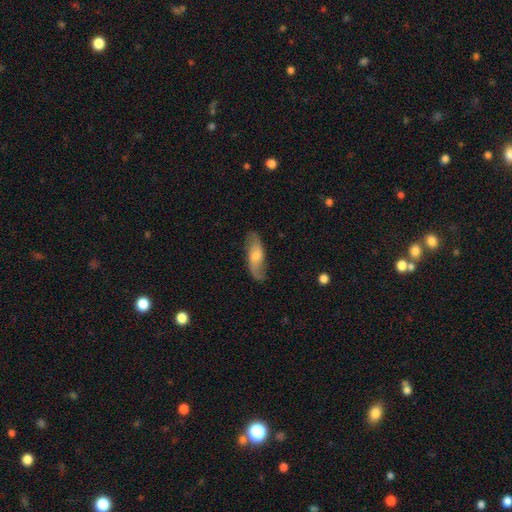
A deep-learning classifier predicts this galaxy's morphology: Smooth or featured? featured or disk (49%)
Merging? none (77%)